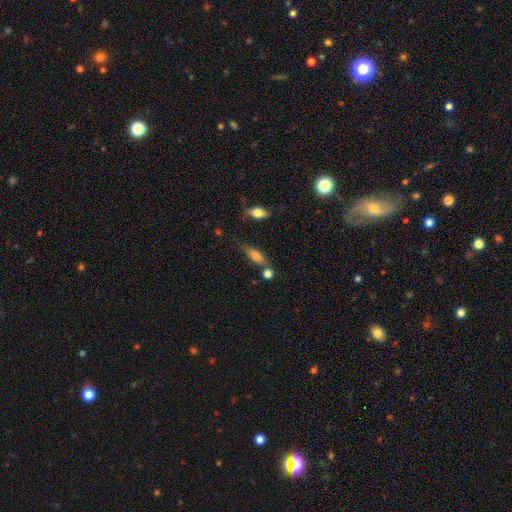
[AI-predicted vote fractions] Overall: smooth (73%). How rounded: in between (65%; cigar-shaped 29%). Merging: none (51%; minor disturbance 22%).